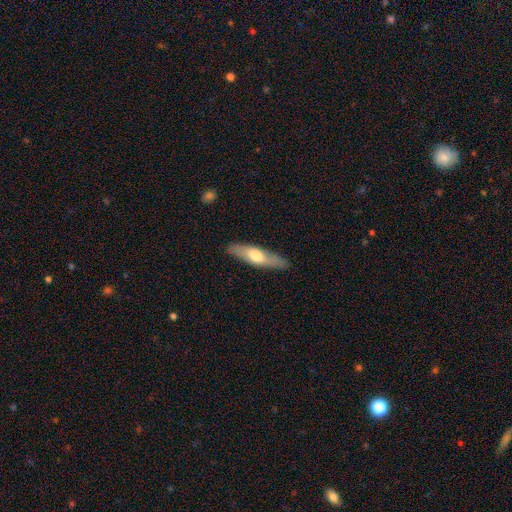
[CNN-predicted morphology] smooth_or_featured: smooth (p=0.55) [alt: featured or disk p=0.40]
how_rounded: cigar-shaped (p=0.71) [alt: in between p=0.28]
merging: none (p=0.87) [alt: minor disturbance p=0.10]